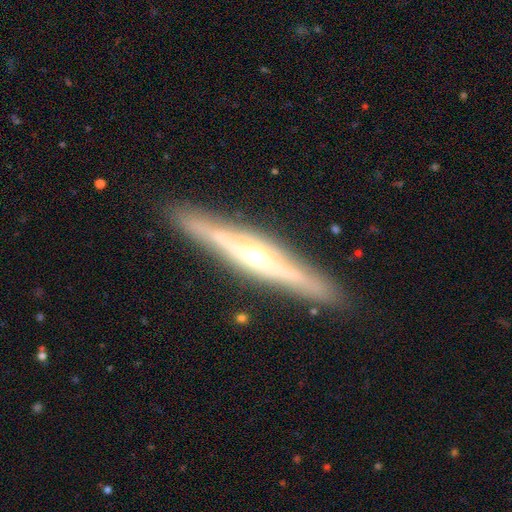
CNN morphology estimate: Q: Smooth or featured?
A: featured or disk (80%); runner-up: smooth (14%)
Q: Edge-on disk?
A: yes (94%); runner-up: no (6%)
Q: Edge-on bulge?
A: rounded (79%); runner-up: boxy (12%)
Q: Merging?
A: none (88%); runner-up: minor disturbance (8%)